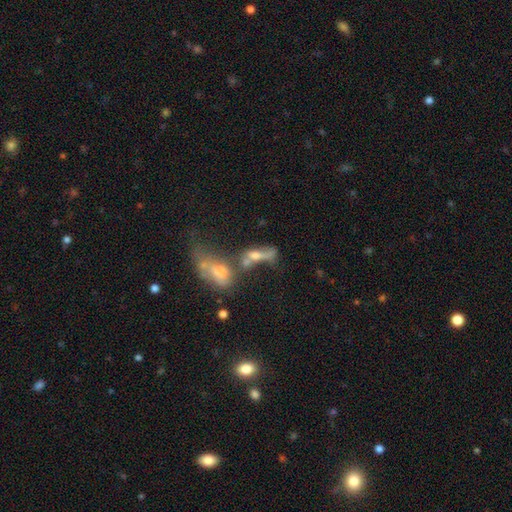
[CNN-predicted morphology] Smooth or featured? Predicted: smooth (p=0.47). Merging? Predicted: merger (p=0.57).